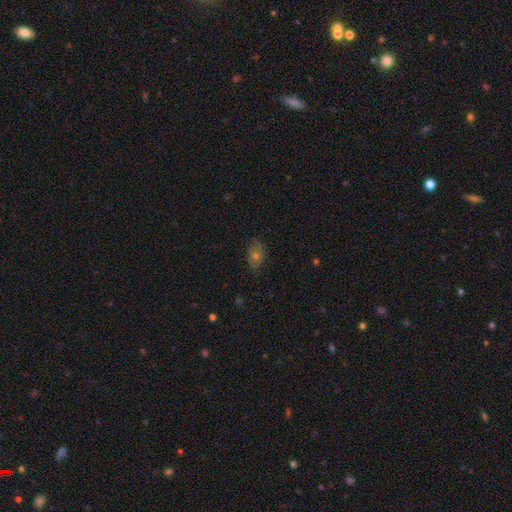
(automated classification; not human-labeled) smooth 50%, featured or disk 30%, star or artifact 20%. Down the decision tree: how rounded — in between (78%); merging — none (78%).